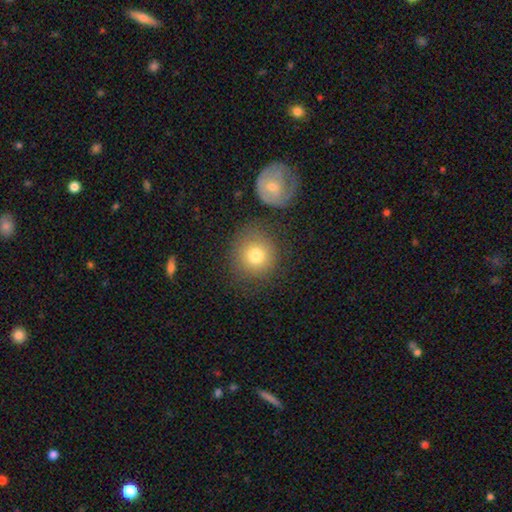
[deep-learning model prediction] Smooth or featured?
  - smooth: 79% *
  - featured or disk: 12%
  - star or artifact: 10%
How rounded?
  - round: 89% *
  - in between: 10%
  - cigar-shaped: 1%
Merging?
  - none: 73% *
  - minor disturbance: 12%
  - merger: 8%
  - major disturbance: 6%